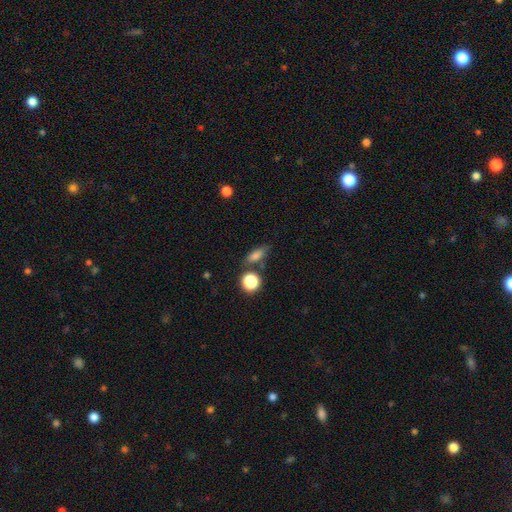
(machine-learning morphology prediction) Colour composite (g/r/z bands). It shows a smooth galaxy with no disk features (78%) that is in between round and cigar-shaped (63%). Merging: none (67%).